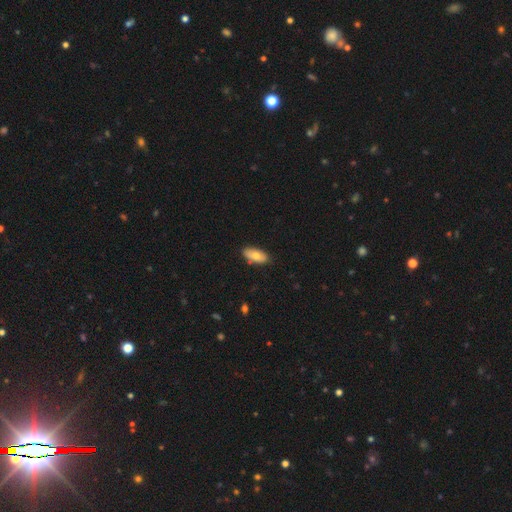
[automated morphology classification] smooth_or_featured: smooth (p=0.74) [alt: featured or disk p=0.20]
how_rounded: in between (p=0.88) [alt: cigar-shaped p=0.09]
merging: none (p=0.82) [alt: minor disturbance p=0.14]